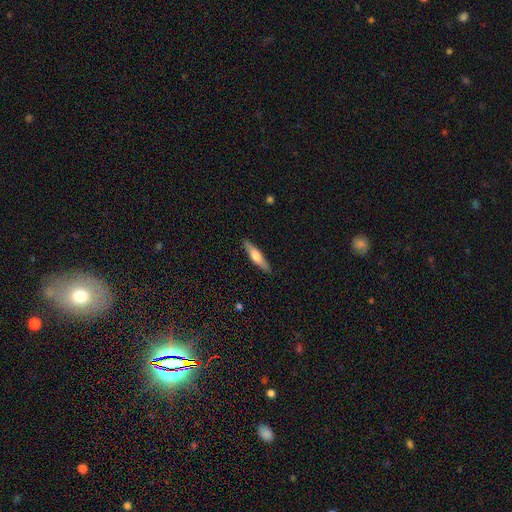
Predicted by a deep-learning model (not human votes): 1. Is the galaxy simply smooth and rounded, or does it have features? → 48% smooth, 46% featured or disk, 6% star or artifact.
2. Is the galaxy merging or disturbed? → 89% none, 9% minor disturbance, 2% major disturbance, 1% merger.